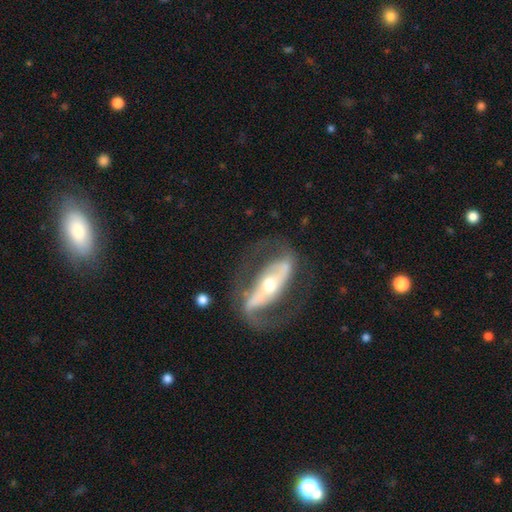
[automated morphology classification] Q: Smooth or featured?
A: featured or disk (85%); runner-up: smooth (9%)
Q: Edge-on disk?
A: no (82%); runner-up: yes (18%)
Q: Bar?
A: strong (63%); runner-up: no (20%)
Q: Spiral arms?
A: yes (84%); runner-up: no (16%)
Q: Spiral winding?
A: medium (42%); runner-up: loose (32%)
Q: Spiral arm count?
A: 2 (87%); runner-up: can't tell (6%)
Q: Bulge size?
A: moderate (56%); runner-up: small (35%)
Q: Merging?
A: none (64%); runner-up: major disturbance (17%)